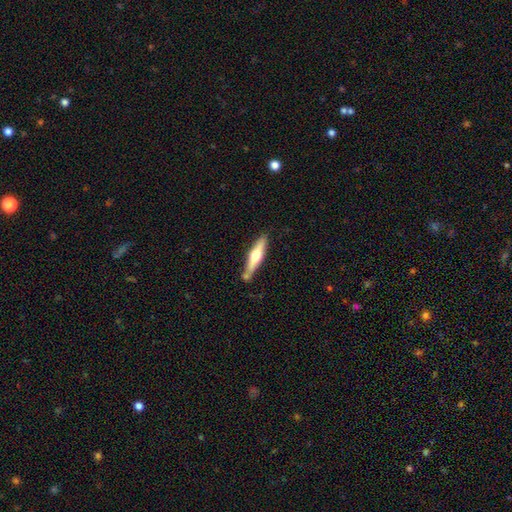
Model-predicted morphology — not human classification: This is possibly a featured or disk galaxy (53%). It is clearly viewed edge-on (94%). Merging: likely none (71%).